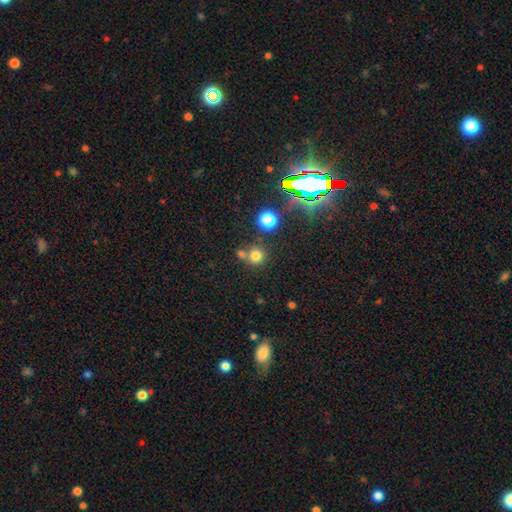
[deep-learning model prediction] This appears to be a smooth galaxy with no disk features (73%) that is round (90%). Merging: none (64%).